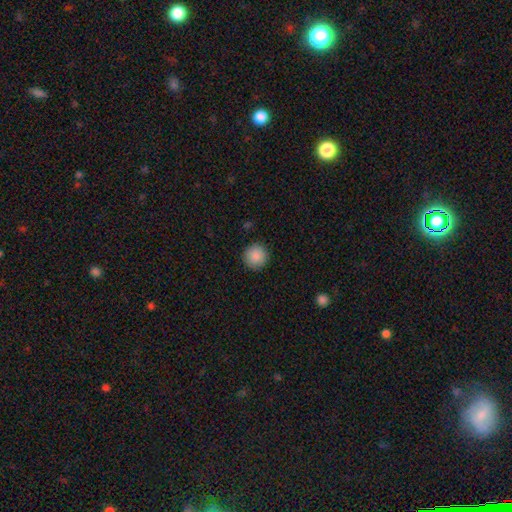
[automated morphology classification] Smooth or featured? Predicted: smooth (p=0.89). How rounded? Predicted: round (p=0.95). Merging? Predicted: none (p=0.92).